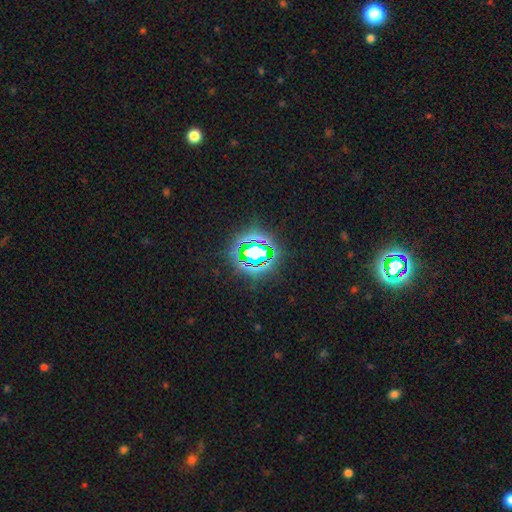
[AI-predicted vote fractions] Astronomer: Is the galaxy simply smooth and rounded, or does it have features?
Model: star or artifact — 81%.